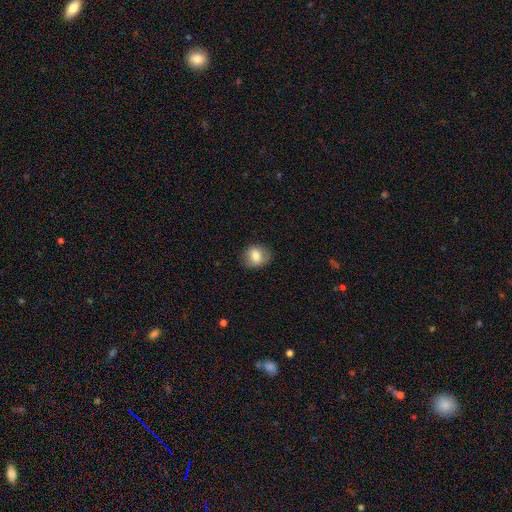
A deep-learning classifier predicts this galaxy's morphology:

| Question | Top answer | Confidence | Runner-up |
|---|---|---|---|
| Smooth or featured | smooth | 77% | featured or disk (15%) |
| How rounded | round | 61% | in between (38%) |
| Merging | none | 80% | minor disturbance (14%) |